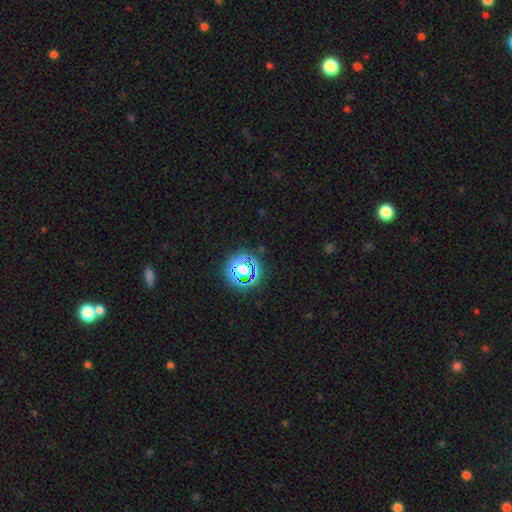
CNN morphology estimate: type=star or artifact (71%).